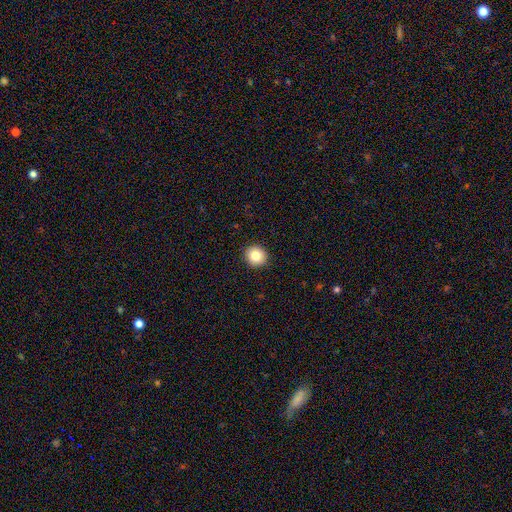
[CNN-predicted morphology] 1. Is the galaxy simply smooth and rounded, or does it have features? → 83% smooth, 10% star or artifact, 7% featured or disk.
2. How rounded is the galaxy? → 93% round, 7% in between, 1% cigar-shaped.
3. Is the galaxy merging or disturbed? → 93% none, 5% minor disturbance, 2% major disturbance, 1% merger.